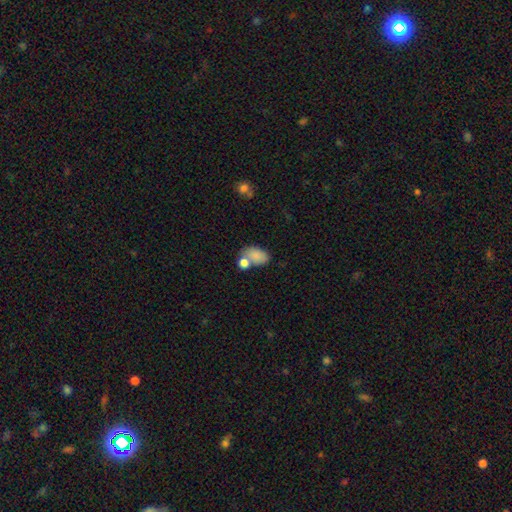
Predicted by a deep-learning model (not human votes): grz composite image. It shows a smooth galaxy with no disk features (82%) that is in between round and cigar-shaped (85%). Merging: none (44%).